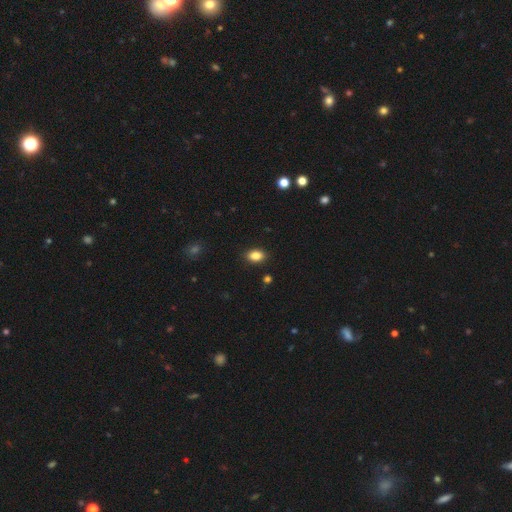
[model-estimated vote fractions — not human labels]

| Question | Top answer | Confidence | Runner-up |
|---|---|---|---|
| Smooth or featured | smooth | 85% | star or artifact (9%) |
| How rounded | in between | 83% | round (15%) |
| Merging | none | 89% | minor disturbance (8%) |